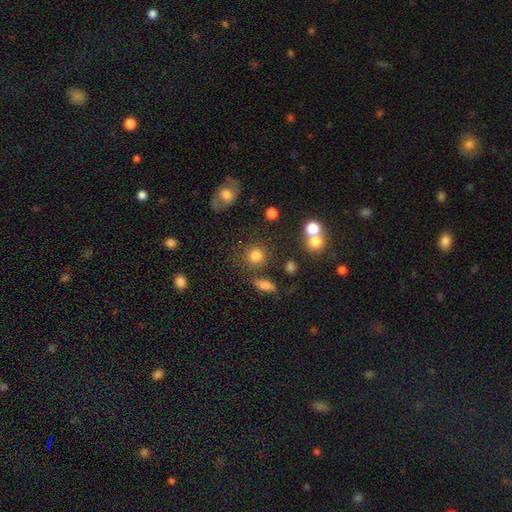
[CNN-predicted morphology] Q: Smooth or featured?
A: smooth (80%); runner-up: star or artifact (13%)
Q: How rounded?
A: round (88%); runner-up: in between (10%)
Q: Merging?
A: none (76%); runner-up: minor disturbance (11%)